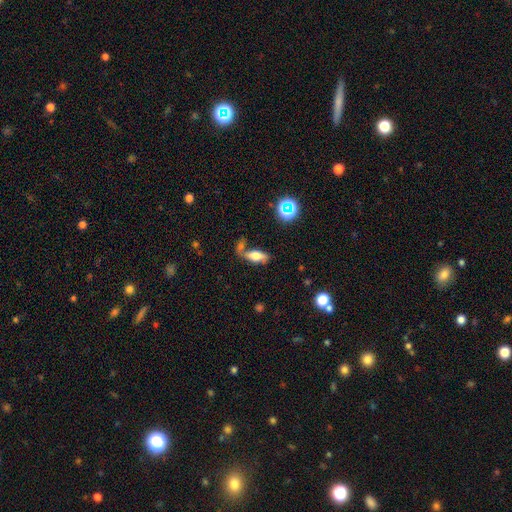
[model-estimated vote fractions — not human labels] Smooth or featured?
  - smooth: 60% *
  - featured or disk: 30%
  - star or artifact: 11%
How rounded?
  - in between: 77% *
  - cigar-shaped: 19%
  - round: 5%
Merging?
  - none: 44% *
  - merger: 29%
  - minor disturbance: 17%
  - major disturbance: 10%